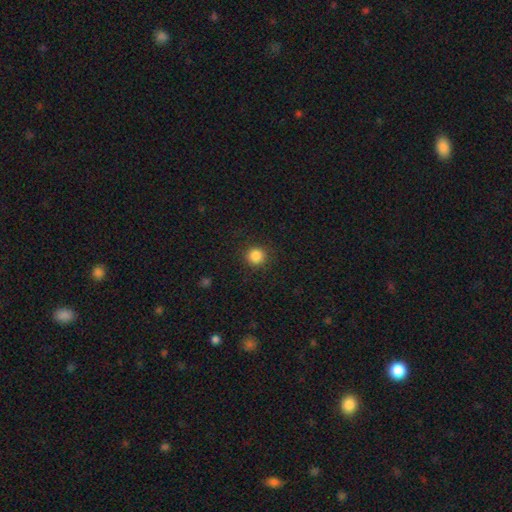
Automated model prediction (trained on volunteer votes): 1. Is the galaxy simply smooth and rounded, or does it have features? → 85% smooth, 11% star or artifact, 4% featured or disk.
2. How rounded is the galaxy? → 93% round, 6% in between, 1% cigar-shaped.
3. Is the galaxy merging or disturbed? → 89% none, 7% minor disturbance, 3% major disturbance, 1% merger.